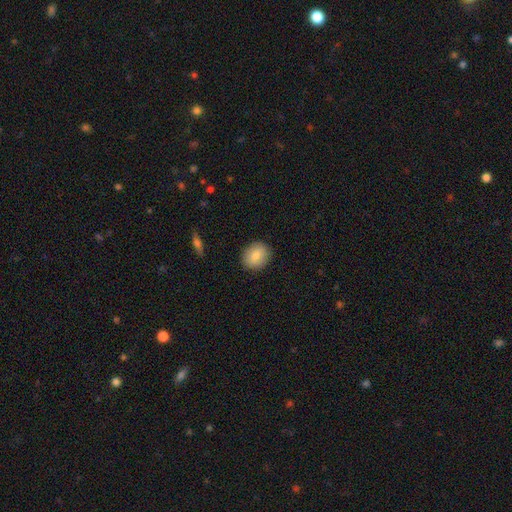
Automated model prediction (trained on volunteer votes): Smooth or featured? Predicted: smooth (p=0.84). How rounded? Predicted: round (p=0.54). Merging? Predicted: none (p=0.88).